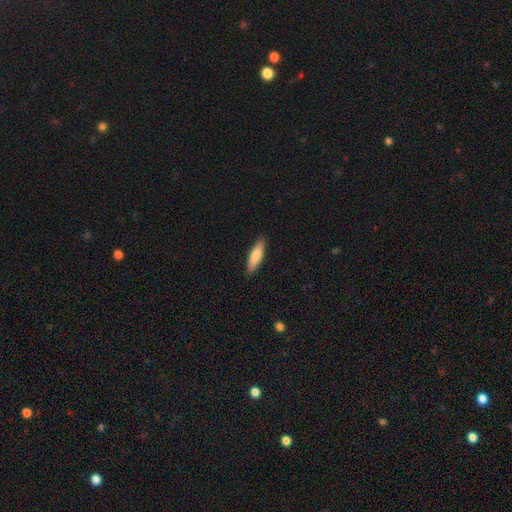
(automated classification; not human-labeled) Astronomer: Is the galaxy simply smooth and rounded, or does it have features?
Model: smooth — 75%.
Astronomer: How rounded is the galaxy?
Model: cigar-shaped — 69%.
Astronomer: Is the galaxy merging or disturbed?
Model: none — 89%.